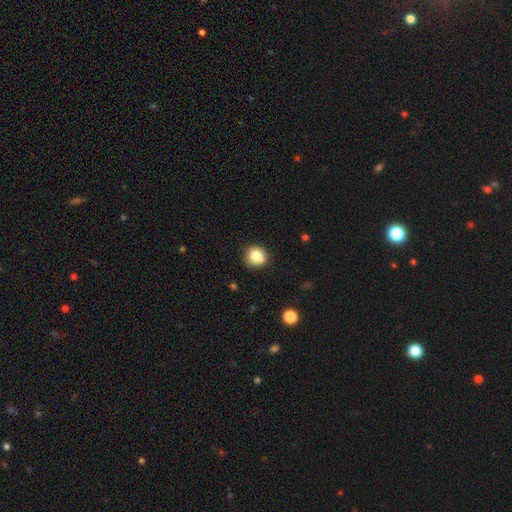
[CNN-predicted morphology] smooth-or-featured: smooth: 78% | featured or disk: 12% | star or artifact: 10%
  how-rounded: round: 86% | in between: 13% | cigar-shaped: 1%
  merging: none: 69% | minor disturbance: 17% | merger: 9% | major disturbance: 4%